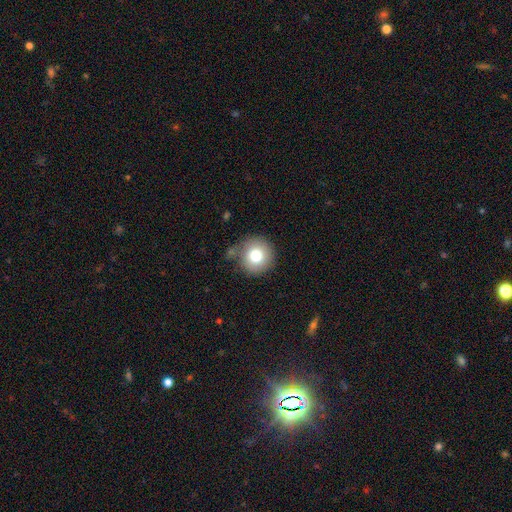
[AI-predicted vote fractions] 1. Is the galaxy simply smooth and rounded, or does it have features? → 80% smooth, 10% featured or disk, 9% star or artifact.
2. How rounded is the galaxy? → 93% round, 6% in between, 1% cigar-shaped.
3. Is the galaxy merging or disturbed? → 73% none, 16% minor disturbance, 6% major disturbance, 5% merger.